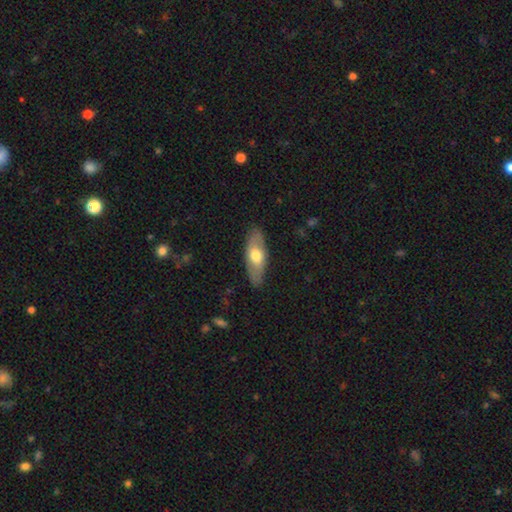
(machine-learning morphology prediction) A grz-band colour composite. It shows a smooth galaxy with no disk features (57%) that is in between round and cigar-shaped (74%). Merging: none (84%).